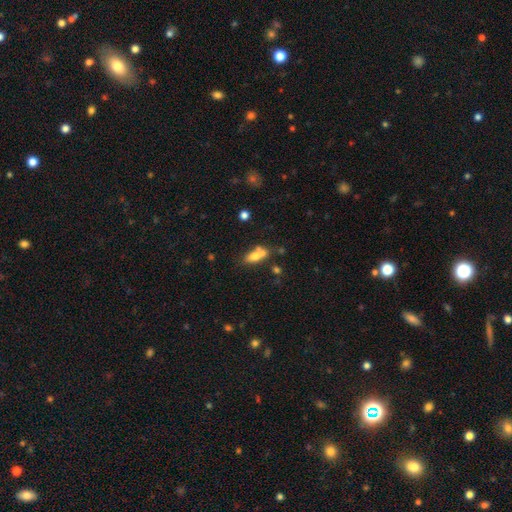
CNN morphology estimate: A smooth galaxy with no disk features (66%) that is in between round and cigar-shaped (75%). Merging: merger (46%).